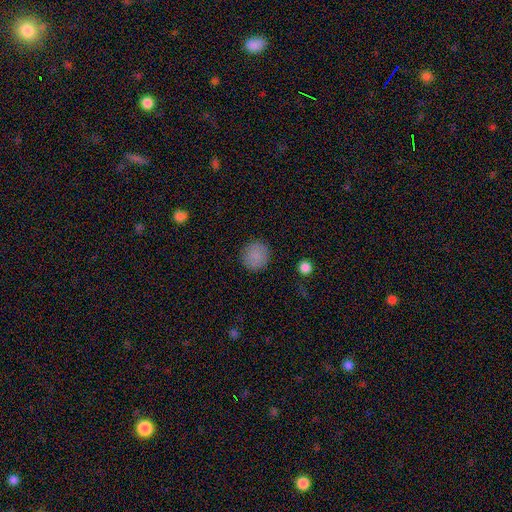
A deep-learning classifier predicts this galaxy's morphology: The model was most divided on "smooth or featured": smooth: 86%, star or artifact: 9%, featured or disk: 5%. More confident: how rounded — round (92%); merging — none (89%).